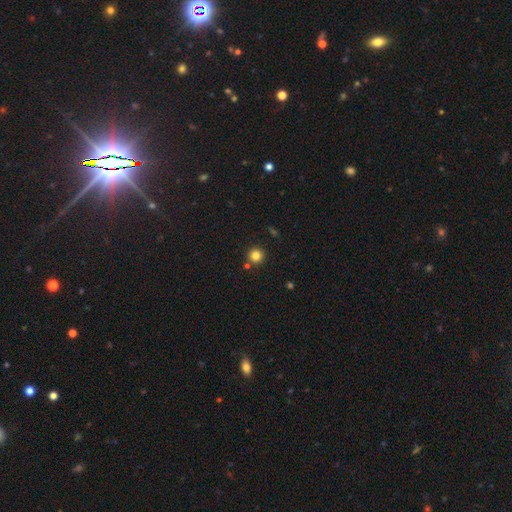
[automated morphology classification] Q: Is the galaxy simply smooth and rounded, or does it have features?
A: smooth — 82%.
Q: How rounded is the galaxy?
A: round — 95%.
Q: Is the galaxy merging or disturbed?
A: none — 85%.